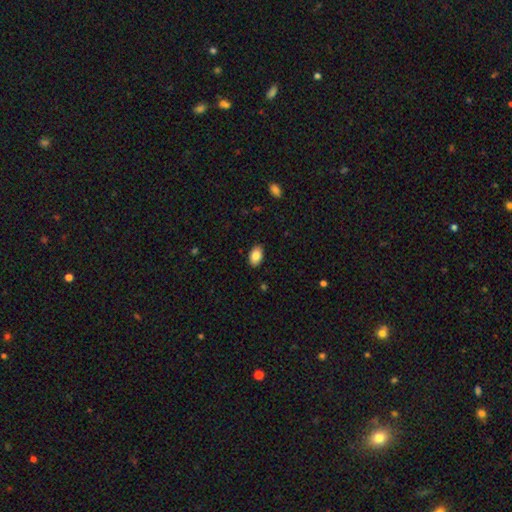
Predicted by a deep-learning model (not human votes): smooth_or_featured: smooth (p=0.87) [alt: star or artifact p=0.07]
how_rounded: in between (p=0.90) [alt: round p=0.08]
merging: none (p=0.88) [alt: minor disturbance p=0.09]